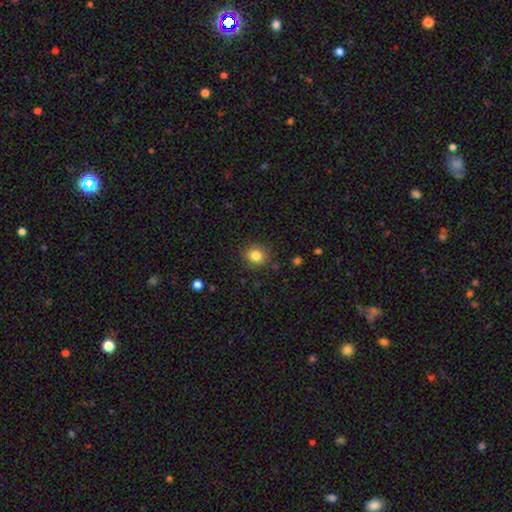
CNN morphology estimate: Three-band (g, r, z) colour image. It shows a smooth galaxy with no disk features (83%) that is round (82%). Merging: none (88%).